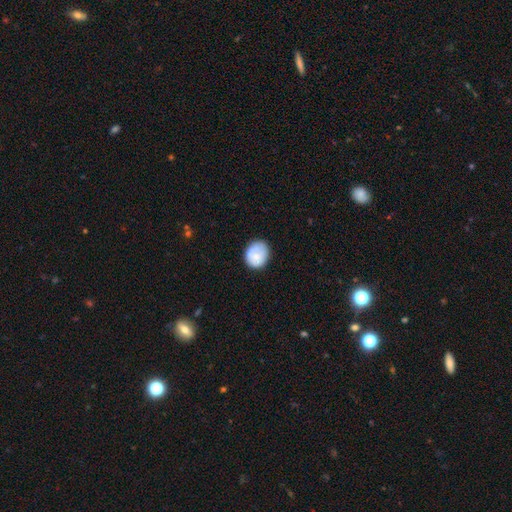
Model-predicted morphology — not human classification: smooth_or_featured: smooth (p=0.68) [alt: featured or disk p=0.24]
how_rounded: round (p=0.62) [alt: in between p=0.37]
merging: none (p=0.67) [alt: minor disturbance p=0.21]